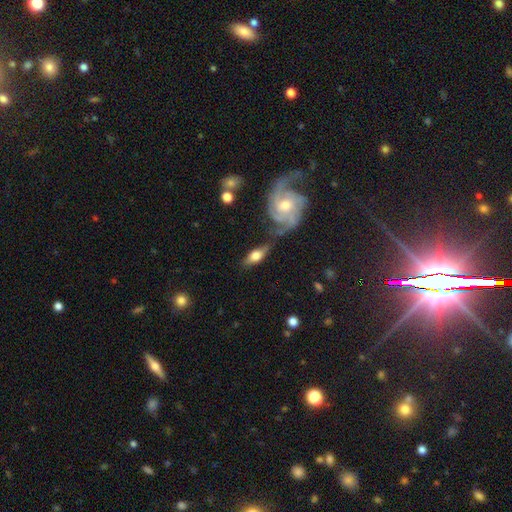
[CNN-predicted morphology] Smooth or featured?
  - smooth: 50% *
  - featured or disk: 43%
  - star or artifact: 7%
How rounded?
  - in between: 73% *
  - cigar-shaped: 20%
  - round: 6%
Merging?
  - none: 55% *
  - minor disturbance: 21%
  - merger: 14%
  - major disturbance: 10%